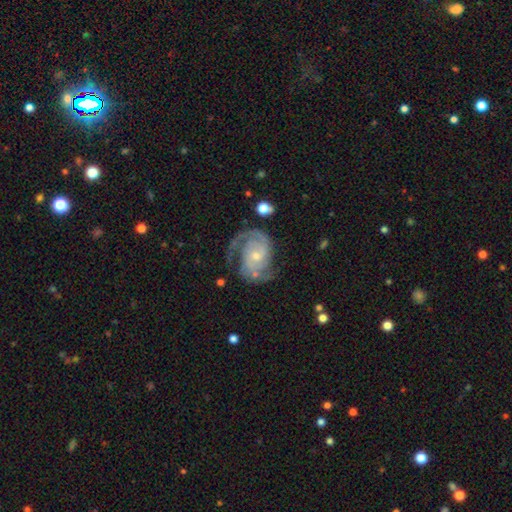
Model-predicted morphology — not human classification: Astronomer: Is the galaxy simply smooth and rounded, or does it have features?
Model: featured or disk — 90%.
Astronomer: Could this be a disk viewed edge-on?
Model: no — 98%.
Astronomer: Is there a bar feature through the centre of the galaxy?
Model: no — 66%.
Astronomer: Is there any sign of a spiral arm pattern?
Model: yes — 98%.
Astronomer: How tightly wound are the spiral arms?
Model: tight — 45% (runner-up: medium, 44%).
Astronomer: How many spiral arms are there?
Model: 2 — 77%.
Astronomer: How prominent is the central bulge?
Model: small — 64%.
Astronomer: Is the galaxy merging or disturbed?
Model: none — 67%.